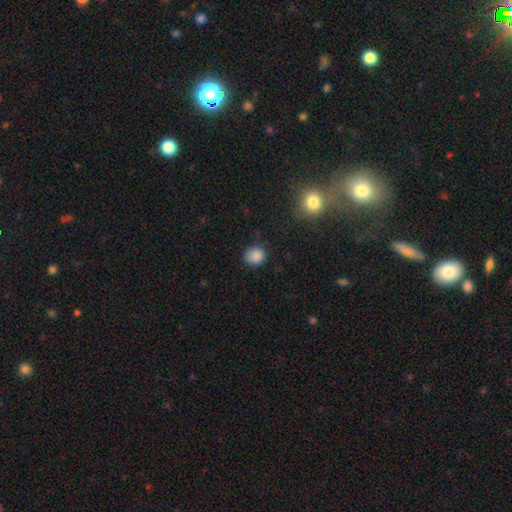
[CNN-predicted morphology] Smooth or featured? smooth (86%)
How rounded? round (77%)
Merging? none (78%)